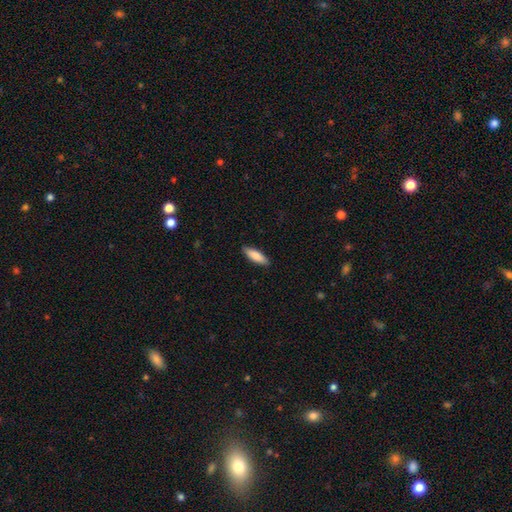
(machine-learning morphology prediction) Smooth or featured: smooth — 85% (featured or disk — 10%)
How rounded: cigar-shaped — 50% (in between — 48%)
Merging: none — 89% (minor disturbance — 8%)